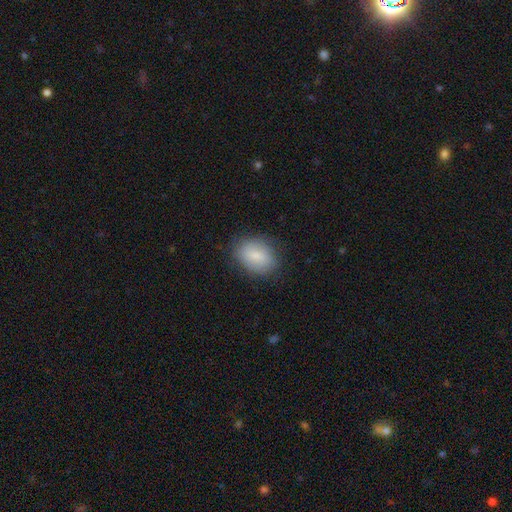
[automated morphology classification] A smooth galaxy with no disk features (81%) that is in between round and cigar-shaped (78%). Merging: none (81%).